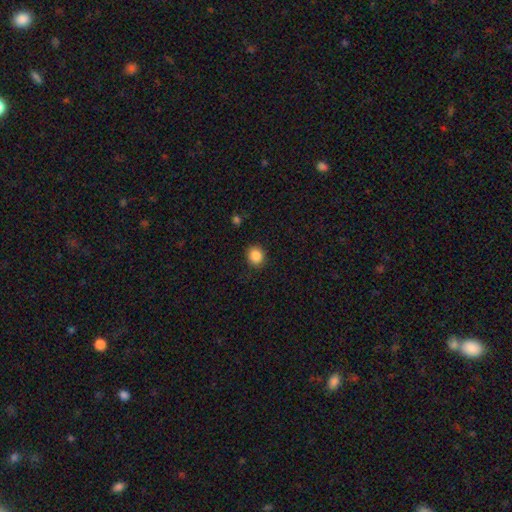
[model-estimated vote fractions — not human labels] Q: Smooth or featured?
A: smooth (86%); runner-up: star or artifact (10%)
Q: How rounded?
A: round (82%); runner-up: in between (17%)
Q: Merging?
A: none (89%); runner-up: minor disturbance (8%)